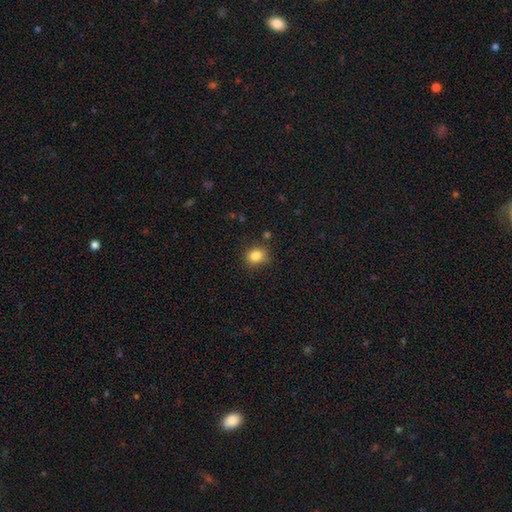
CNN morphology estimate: type=smooth (84%); roundness=round (64%); merging=none (79%).